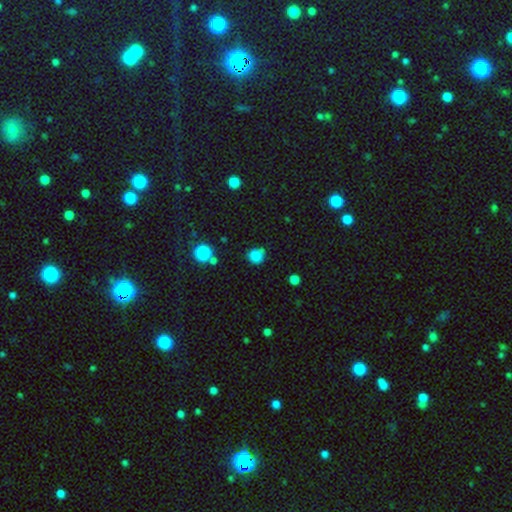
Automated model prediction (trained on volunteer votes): smooth-or-featured: smooth: 82% | star or artifact: 13% | featured or disk: 5%
  how-rounded: round: 87% | in between: 12% | cigar-shaped: 1%
  merging: none: 70% | minor disturbance: 19% | merger: 7% | major disturbance: 4%